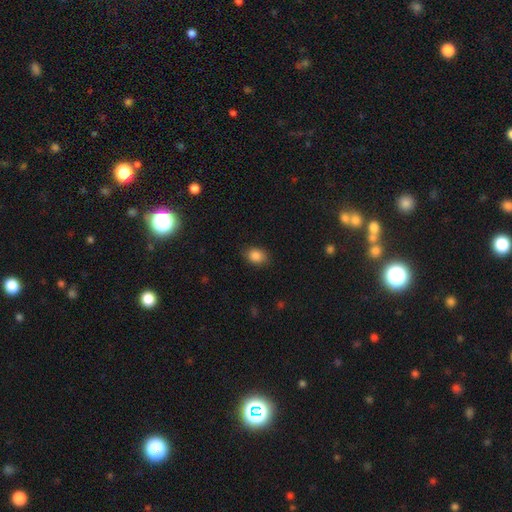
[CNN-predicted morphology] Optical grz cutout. It shows a smooth galaxy with no disk features (86%) that is in between round and cigar-shaped (68%). Merging: none (82%).